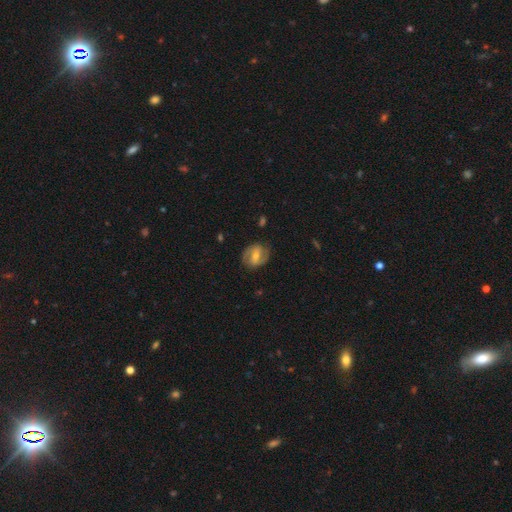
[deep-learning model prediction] smooth-or-featured: featured or disk: 76% | smooth: 18% | star or artifact: 6%
  disk-edge-on: no: 97% | yes: 3%
    bar: weak: 44% | strong: 38% | no: 18%
    has-spiral-arms: yes: 90% | no: 10%
      spiral-winding: medium: 49% | tight: 31% | loose: 20%
      spiral-arm-count: 2: 89% | can't tell: 6% | 1: 2% | 3: 1% | 4: 1% | more than 4: 1%
    bulge-size: moderate: 53% | small: 40% | large: 3% | none: 3% | dominant: 1%
  merging: none: 82% | minor disturbance: 13% | major disturbance: 4% | merger: 1%